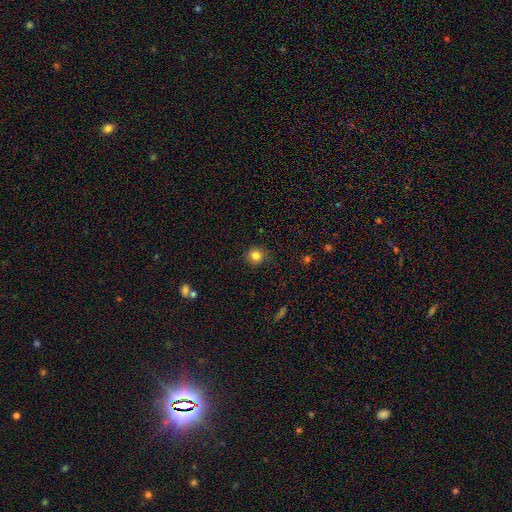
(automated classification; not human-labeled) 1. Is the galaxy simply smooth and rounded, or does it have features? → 83% smooth, 11% star or artifact, 5% featured or disk.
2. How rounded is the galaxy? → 92% round, 7% in between, 1% cigar-shaped.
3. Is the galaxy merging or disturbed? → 87% none, 9% minor disturbance, 2% major disturbance, 1% merger.